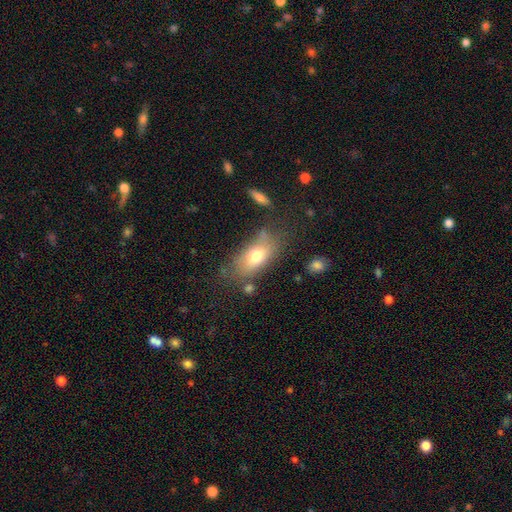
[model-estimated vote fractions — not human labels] Q: Smooth or featured?
A: smooth (69%); runner-up: featured or disk (22%)
Q: How rounded?
A: in between (85%); runner-up: cigar-shaped (9%)
Q: Merging?
A: none (63%); runner-up: minor disturbance (21%)